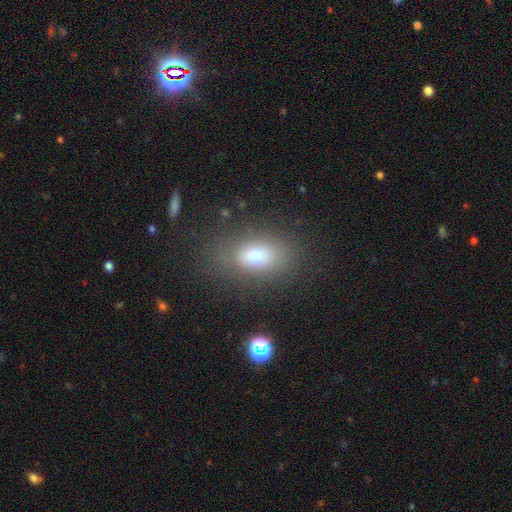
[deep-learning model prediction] Overall: smooth (72%). How rounded: in between (84%). Merging: none (84%).